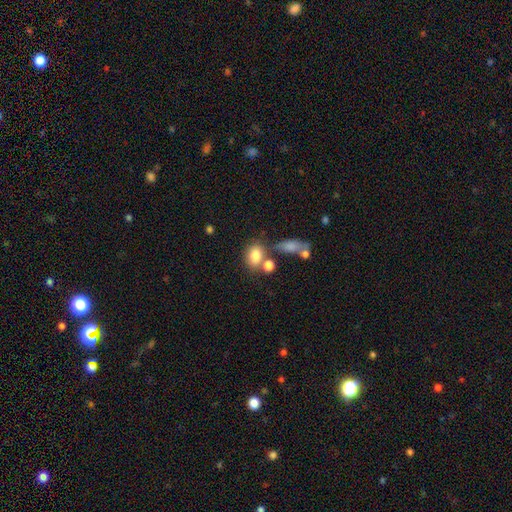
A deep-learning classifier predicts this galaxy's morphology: smooth-or-featured: smooth: 79% | featured or disk: 11% | star or artifact: 10%
  how-rounded: in between: 70% | round: 28% | cigar-shaped: 2%
  merging: none: 52% | merger: 28% | minor disturbance: 14% | major disturbance: 6%